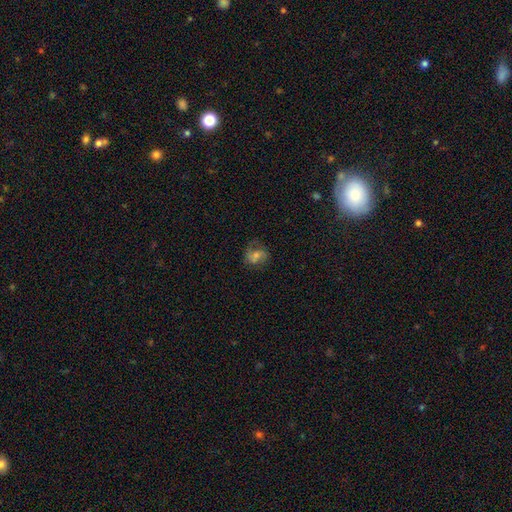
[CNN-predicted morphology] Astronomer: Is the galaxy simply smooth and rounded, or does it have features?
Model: featured or disk — 47% (runner-up: smooth, 37%).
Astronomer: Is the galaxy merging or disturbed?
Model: none — 65%.